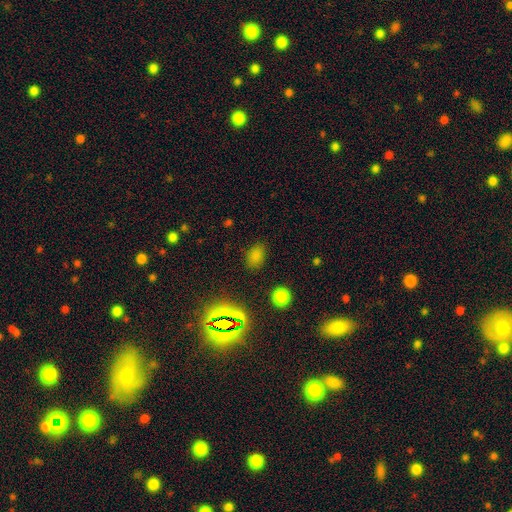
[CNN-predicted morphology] Smooth or featured?
  - smooth: 74% *
  - star or artifact: 21%
  - featured or disk: 5%
How rounded?
  - in between: 78% *
  - round: 20%
  - cigar-shaped: 2%
Merging?
  - none: 82% *
  - minor disturbance: 12%
  - major disturbance: 4%
  - merger: 2%